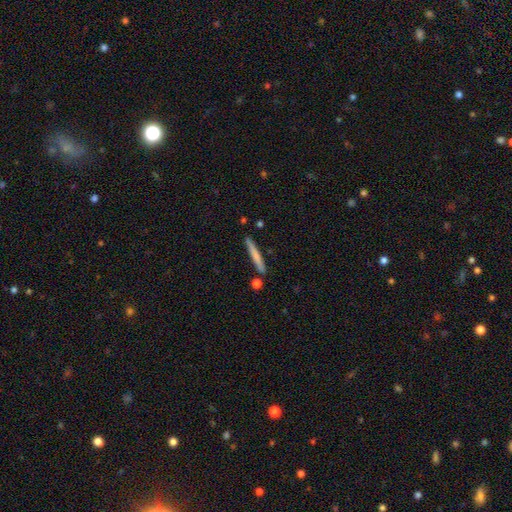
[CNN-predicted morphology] This is likely a smooth galaxy (69%). How rounded: clearly cigar-shaped (95%). Merging: clearly none (83%).